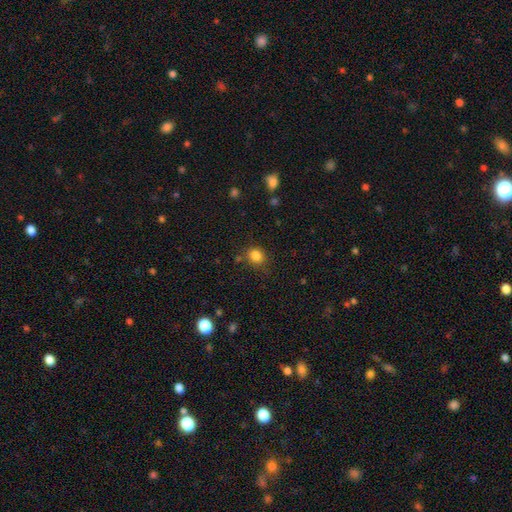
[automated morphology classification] Overall: smooth (83%). How rounded: round (77%). Merging: none (79%).